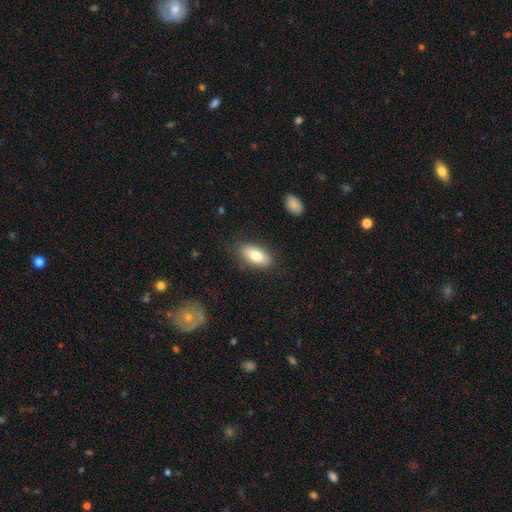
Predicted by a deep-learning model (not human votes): Smooth or featured: smooth — 77% (featured or disk — 16%)
How rounded: in between — 89% (cigar-shaped — 7%)
Merging: none — 81% (minor disturbance — 14%)